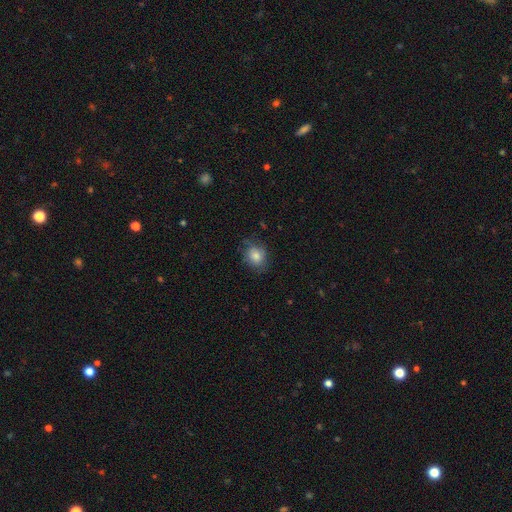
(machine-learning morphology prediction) Q: Smooth or featured?
A: smooth (78%); runner-up: featured or disk (14%)
Q: How rounded?
A: round (63%); runner-up: in between (36%)
Q: Merging?
A: none (68%); runner-up: minor disturbance (23%)